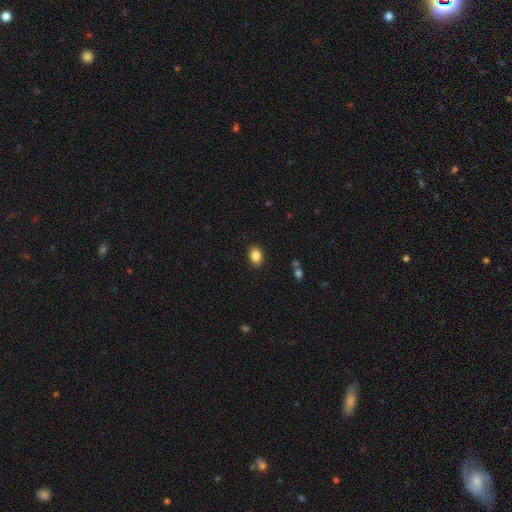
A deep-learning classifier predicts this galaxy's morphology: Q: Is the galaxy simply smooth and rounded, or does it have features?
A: smooth — 86%.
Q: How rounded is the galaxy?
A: in between — 71%.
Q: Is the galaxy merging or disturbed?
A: none — 89%.